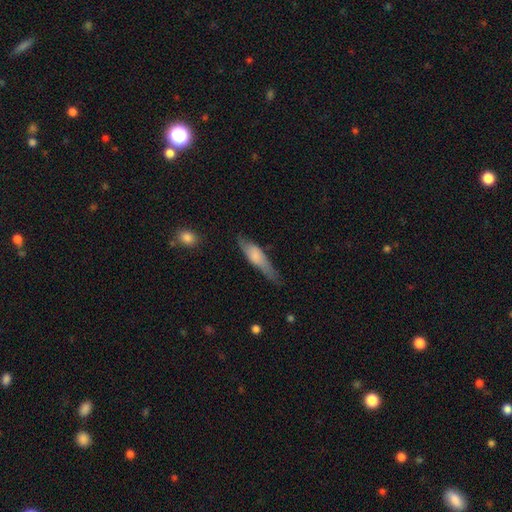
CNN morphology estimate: type=smooth (64%); roundness=cigar-shaped (68%); merging=none (60%).